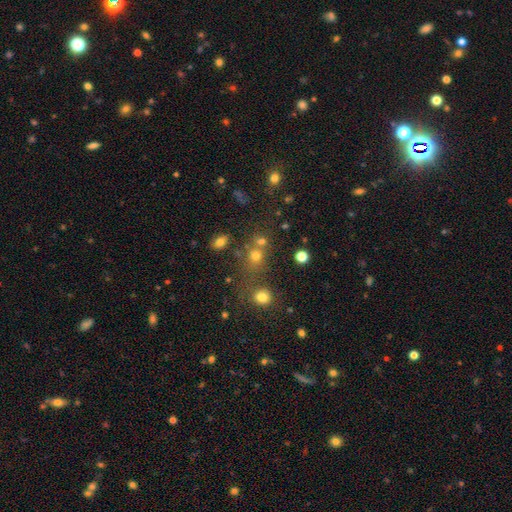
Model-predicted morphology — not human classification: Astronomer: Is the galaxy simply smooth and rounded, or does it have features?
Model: smooth — 64%.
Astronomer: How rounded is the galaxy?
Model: round — 76%.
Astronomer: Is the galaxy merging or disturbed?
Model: none — 55%.